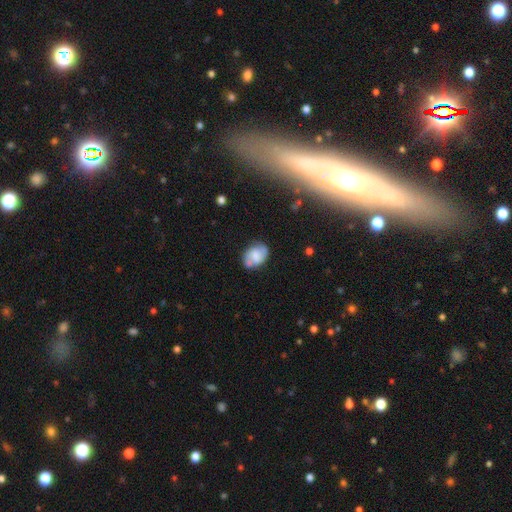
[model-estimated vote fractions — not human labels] A featured or disk galaxy (52%) with a weak bar (45%), spiral arms (82%) and a moderate central bulge (33%). Merging: none (72%).